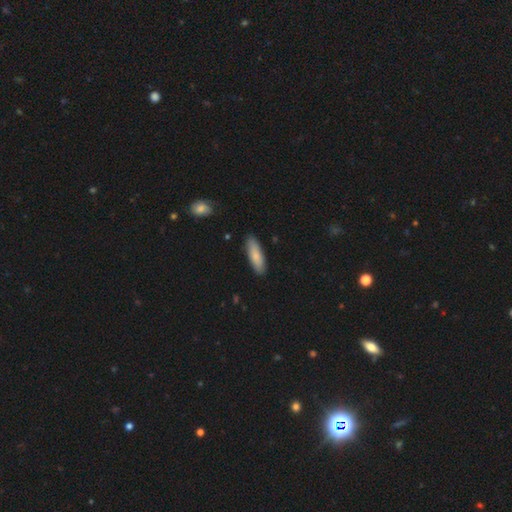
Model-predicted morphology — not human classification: Smooth or featured?
  - smooth: 82% *
  - featured or disk: 13%
  - star or artifact: 5%
How rounded?
  - cigar-shaped: 51% *
  - in between: 47%
  - round: 2%
Merging?
  - none: 87% *
  - minor disturbance: 10%
  - major disturbance: 2%
  - merger: 1%